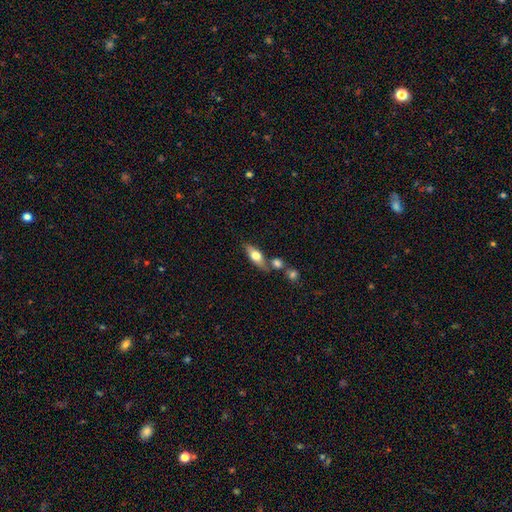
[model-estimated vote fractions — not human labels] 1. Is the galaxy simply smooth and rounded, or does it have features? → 57% smooth, 37% featured or disk, 7% star or artifact.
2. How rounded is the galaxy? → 69% in between, 25% cigar-shaped, 5% round.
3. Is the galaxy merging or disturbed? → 61% none, 21% merger, 13% minor disturbance, 5% major disturbance.